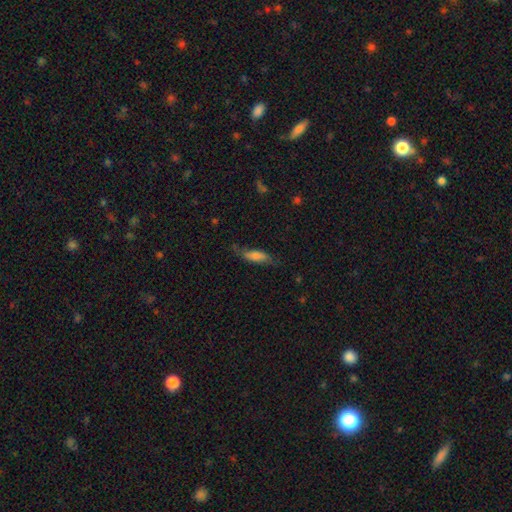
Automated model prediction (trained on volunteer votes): Q: Smooth or featured?
A: smooth (64%); runner-up: featured or disk (28%)
Q: How rounded?
A: in between (54%); runner-up: cigar-shaped (44%)
Q: Merging?
A: none (64%); runner-up: minor disturbance (25%)